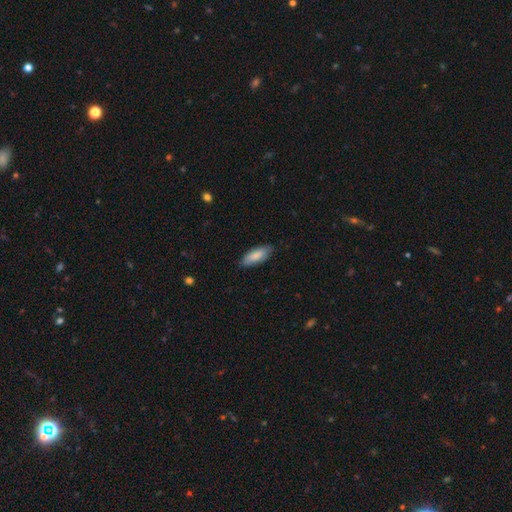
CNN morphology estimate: type=smooth (85%); roundness=in between (76%); merging=none (82%).